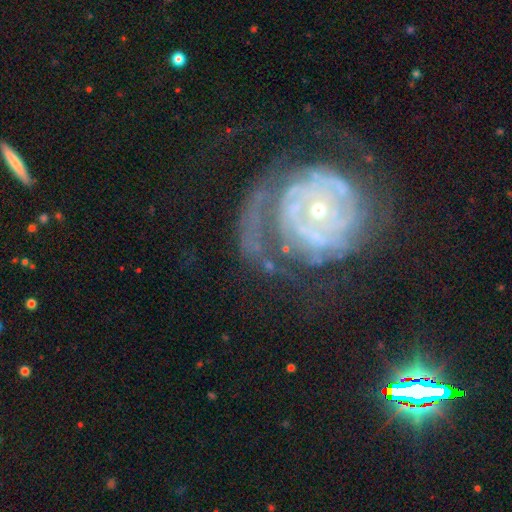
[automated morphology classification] The model was most divided on "spiral arm count": can't tell: 35%, 2: 28%, 3: 13%, 1: 9%, 4: 8%, more than 4: 7%. More confident: edge-on disk — no (97%); spiral arms — yes (89%); smooth or featured — featured or disk (82%); bar — no (76%); bulge size — small (75%); spiral winding — tight (68%); merging — none (51%).